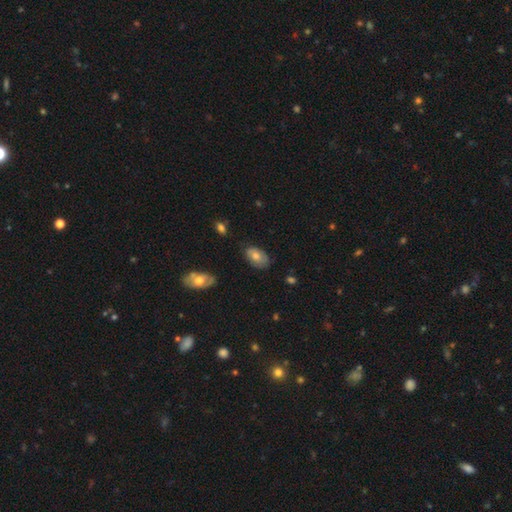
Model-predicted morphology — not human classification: Smooth or featured? smooth (67%)
How rounded? in between (92%)
Merging? none (72%)